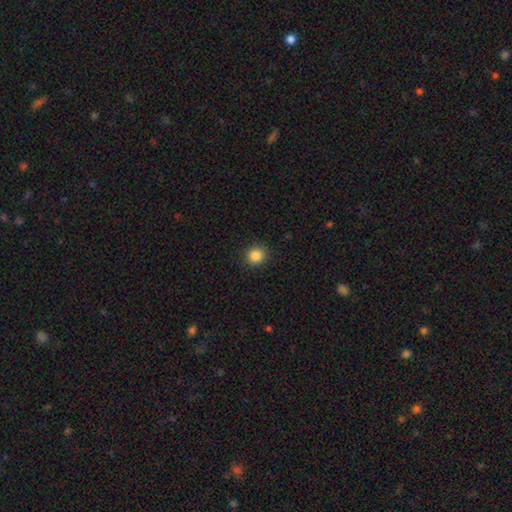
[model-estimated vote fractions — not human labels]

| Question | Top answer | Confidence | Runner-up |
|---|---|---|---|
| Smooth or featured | smooth | 86% | star or artifact (10%) |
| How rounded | round | 86% | in between (13%) |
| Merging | none | 91% | minor disturbance (6%) |